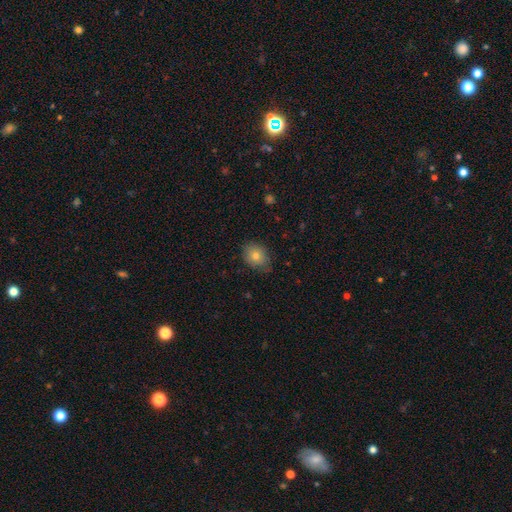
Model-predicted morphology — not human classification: Q: Smooth or featured?
A: smooth (77%); runner-up: featured or disk (12%)
Q: How rounded?
A: in between (50%); runner-up: round (49%)
Q: Merging?
A: none (77%); runner-up: minor disturbance (19%)